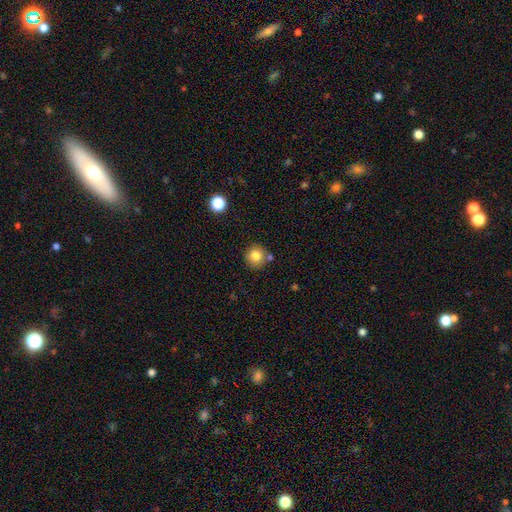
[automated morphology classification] type=smooth (82%); roundness=round (93%); merging=none (76%).